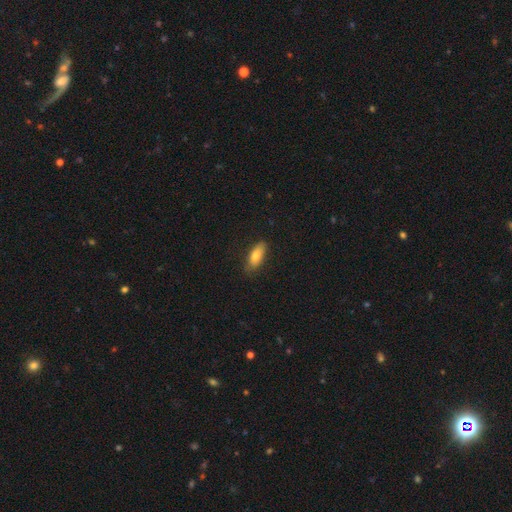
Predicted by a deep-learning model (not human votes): smooth-or-featured: smooth: 77% | featured or disk: 16% | star or artifact: 7%
  how-rounded: in between: 74% | cigar-shaped: 24% | round: 3%
  merging: none: 81% | minor disturbance: 15% | major disturbance: 3% | merger: 1%